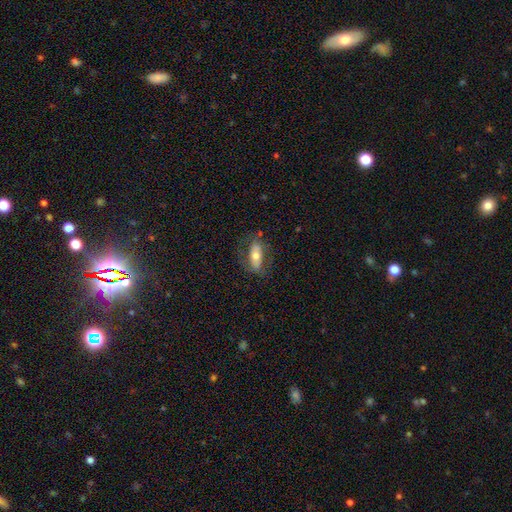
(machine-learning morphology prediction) type=smooth (53%); roundness=in between (77%); merging=none (70%).